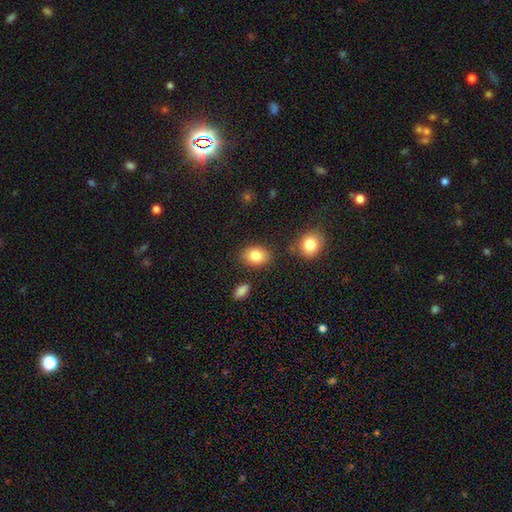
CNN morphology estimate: Smooth or featured? Predicted: smooth (p=0.84). How rounded? Predicted: in between (p=0.71). Merging? Predicted: none (p=0.81).